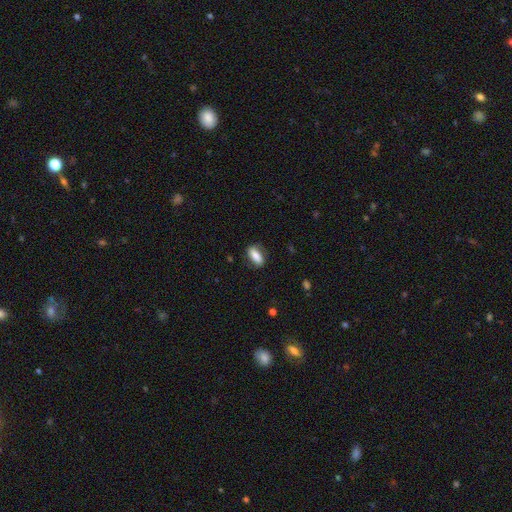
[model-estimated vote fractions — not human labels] Q: Smooth or featured?
A: smooth (81%); runner-up: featured or disk (12%)
Q: How rounded?
A: in between (79%); runner-up: cigar-shaped (16%)
Q: Merging?
A: none (78%); runner-up: minor disturbance (17%)